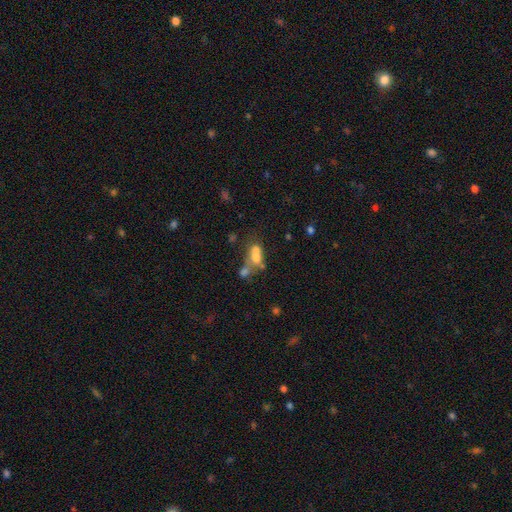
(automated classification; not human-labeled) Smooth or featured? smooth (58%)
How rounded? in between (73%)
Merging? merger (54%)